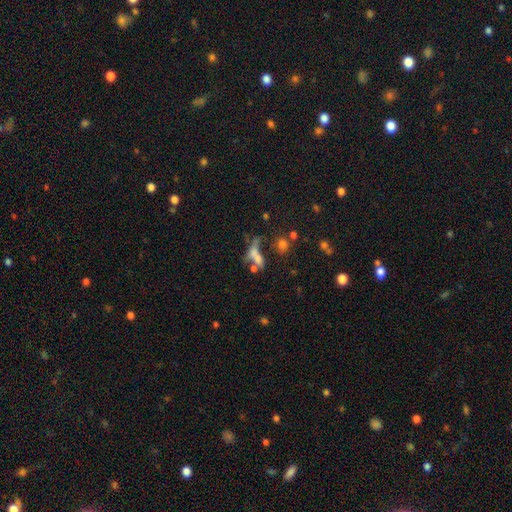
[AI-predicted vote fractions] Q: Smooth or featured?
A: smooth (49%); runner-up: featured or disk (30%)
Q: Merging?
A: merger (39%); runner-up: none (26%)